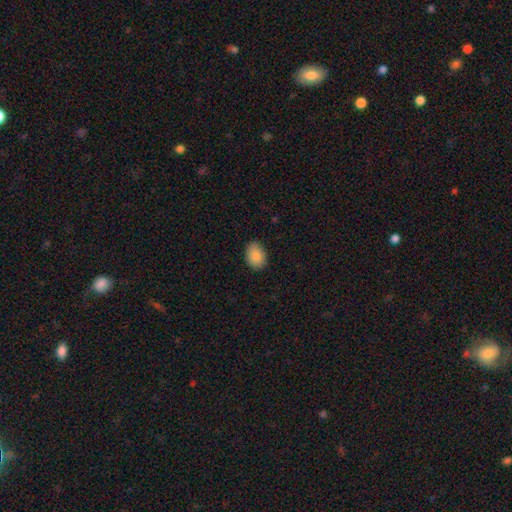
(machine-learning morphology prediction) smooth-or-featured: smooth: 86% | star or artifact: 8% | featured or disk: 7%
  how-rounded: in between: 78% | round: 21% | cigar-shaped: 1%
  merging: none: 84% | minor disturbance: 13% | major disturbance: 2% | merger: 1%